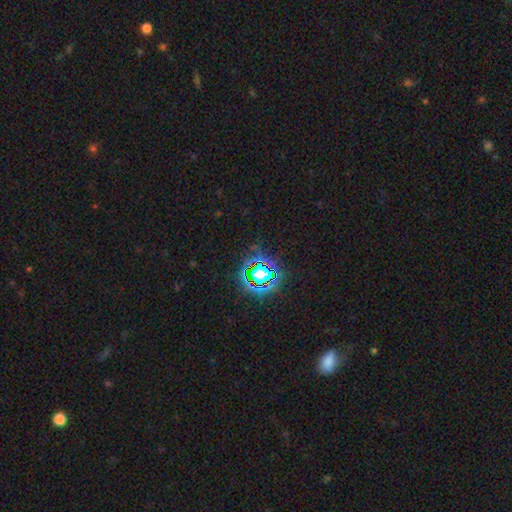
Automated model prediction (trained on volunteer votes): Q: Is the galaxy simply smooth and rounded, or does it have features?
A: star or artifact — 80%.